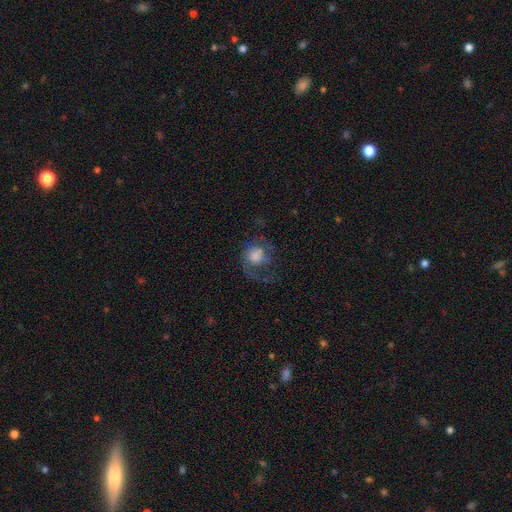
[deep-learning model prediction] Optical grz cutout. It shows a featured or disk galaxy (57%) with no bar (76%), spiral arms (78%) and a moderate central bulge (35%). Merging: none (42%).